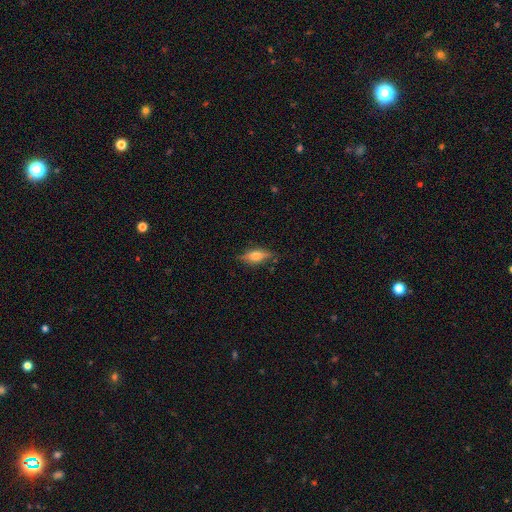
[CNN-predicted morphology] A smooth galaxy with no disk features (48%). Merging: none (77%).